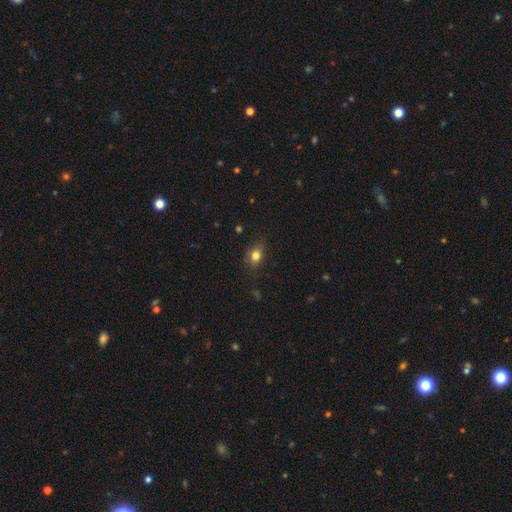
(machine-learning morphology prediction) smooth 80%, star or artifact 10%, featured or disk 9%. Down the decision tree: how rounded — in between (64%); merging — none (72%).